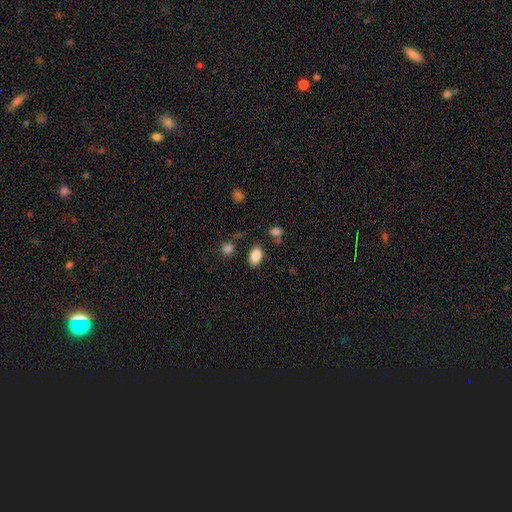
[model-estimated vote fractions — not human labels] This is clearly a smooth galaxy (87%). How rounded: clearly in between (90%). Merging: likely none (79%).